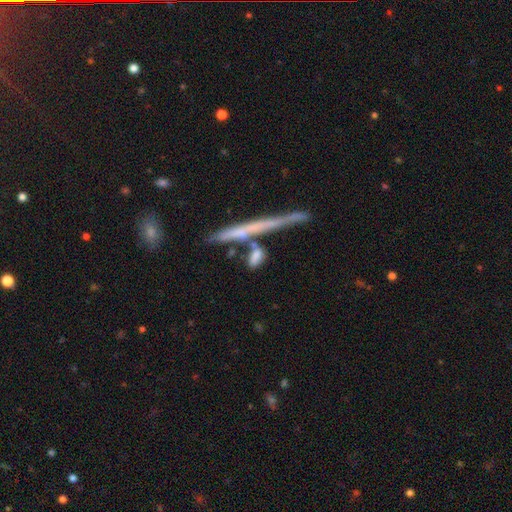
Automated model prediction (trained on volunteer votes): This is likely a smooth galaxy (72%). How rounded: possibly in between (57%). Merging: possibly none (55%).